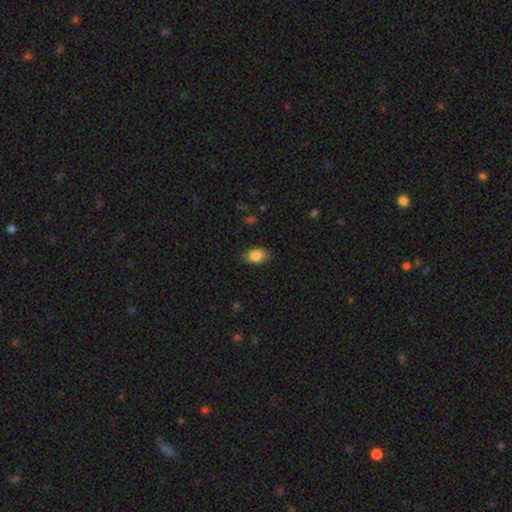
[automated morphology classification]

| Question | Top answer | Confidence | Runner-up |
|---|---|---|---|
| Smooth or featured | smooth | 86% | star or artifact (8%) |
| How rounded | in between | 81% | round (18%) |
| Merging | none | 83% | minor disturbance (13%) |